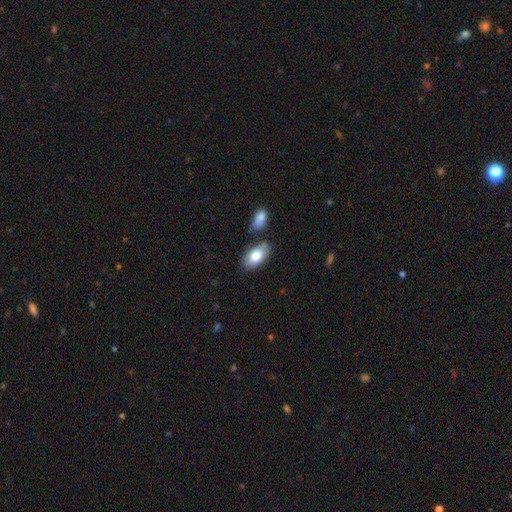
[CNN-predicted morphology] Q: Smooth or featured?
A: smooth (80%); runner-up: featured or disk (14%)
Q: How rounded?
A: in between (93%); runner-up: round (4%)
Q: Merging?
A: none (69%); runner-up: minor disturbance (16%)